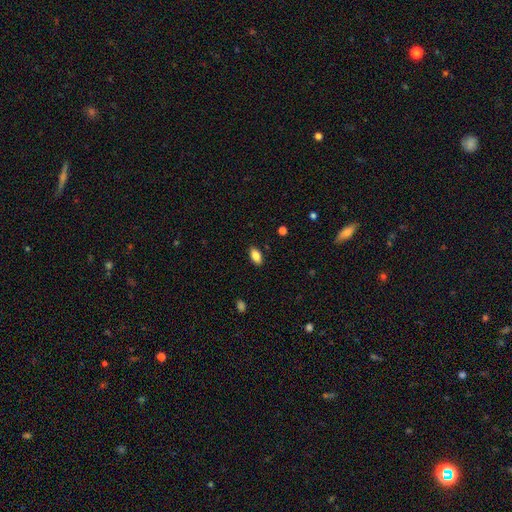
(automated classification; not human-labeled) Smooth or featured?
  - smooth: 85% *
  - star or artifact: 8%
  - featured or disk: 8%
How rounded?
  - in between: 91% *
  - round: 4%
  - cigar-shaped: 4%
Merging?
  - none: 88% *
  - minor disturbance: 9%
  - major disturbance: 2%
  - merger: 1%